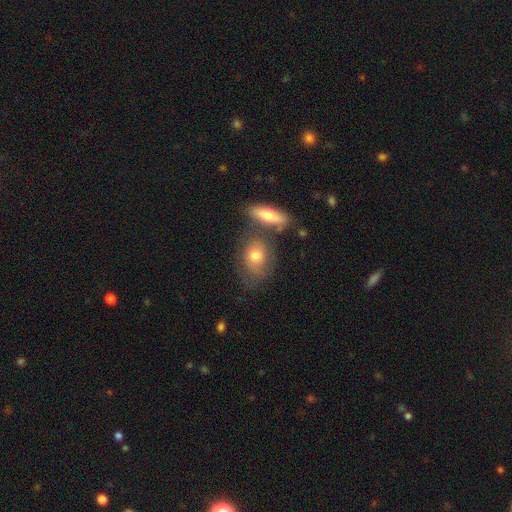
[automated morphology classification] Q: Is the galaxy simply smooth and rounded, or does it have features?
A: smooth — 70%.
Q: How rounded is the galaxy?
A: in between — 68%.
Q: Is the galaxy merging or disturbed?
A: none — 47%.